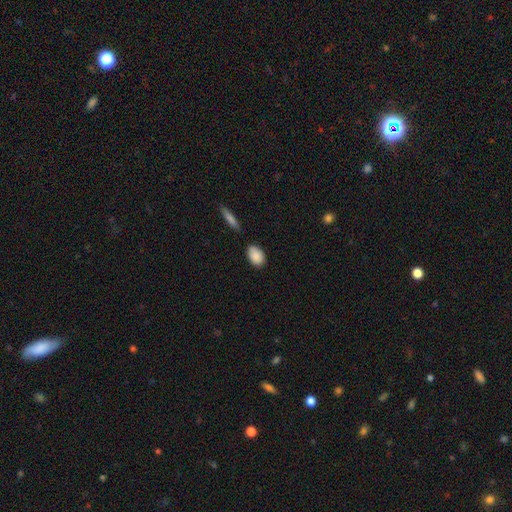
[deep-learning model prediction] smooth_or_featured: smooth (p=0.89) [alt: star or artifact p=0.06]
how_rounded: in between (p=0.86) [alt: round p=0.11]
merging: none (p=0.78) [alt: minor disturbance p=0.14]